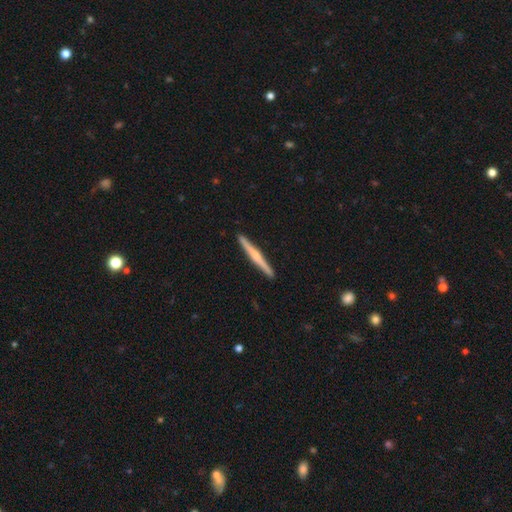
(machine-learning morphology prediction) This is likely a featured or disk galaxy (67%). It is clearly viewed edge-on (98%). Edge-on bulge: likely rounded (71%). Merging: clearly none (93%).